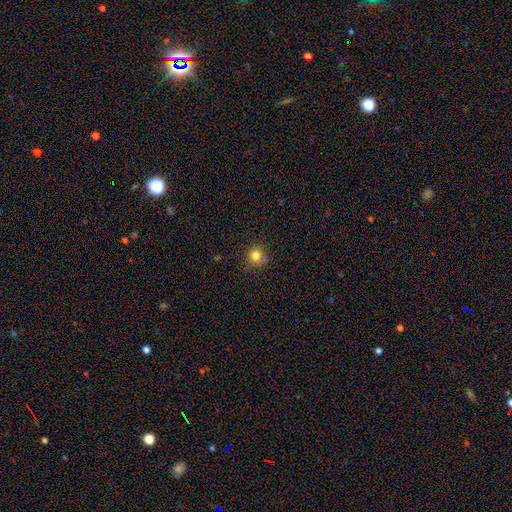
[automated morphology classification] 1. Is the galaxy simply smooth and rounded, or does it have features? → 81% smooth, 13% star or artifact, 6% featured or disk.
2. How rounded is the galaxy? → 90% round, 10% in between, 1% cigar-shaped.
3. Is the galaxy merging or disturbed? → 80% none, 15% minor disturbance, 4% major disturbance, 1% merger.